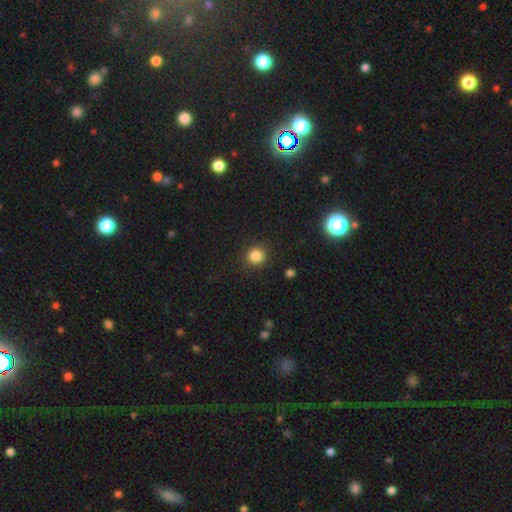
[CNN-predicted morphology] Q: Smooth or featured?
A: smooth (84%); runner-up: star or artifact (12%)
Q: How rounded?
A: round (91%); runner-up: in between (8%)
Q: Merging?
A: none (90%); runner-up: minor disturbance (7%)